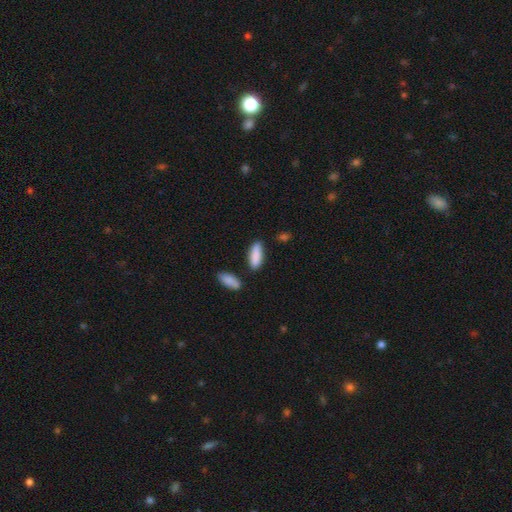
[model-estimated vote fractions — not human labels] This is clearly a smooth galaxy (88%). How rounded: possibly in between (59%). Merging: likely none (78%).